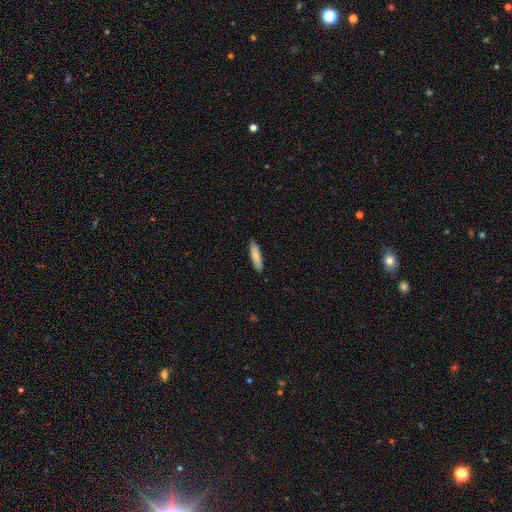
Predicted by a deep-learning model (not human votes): Smooth or featured?
  - smooth: 84% *
  - featured or disk: 11%
  - star or artifact: 6%
How rounded?
  - cigar-shaped: 79% *
  - in between: 20%
  - round: 1%
Merging?
  - none: 89% *
  - minor disturbance: 8%
  - major disturbance: 2%
  - merger: 1%